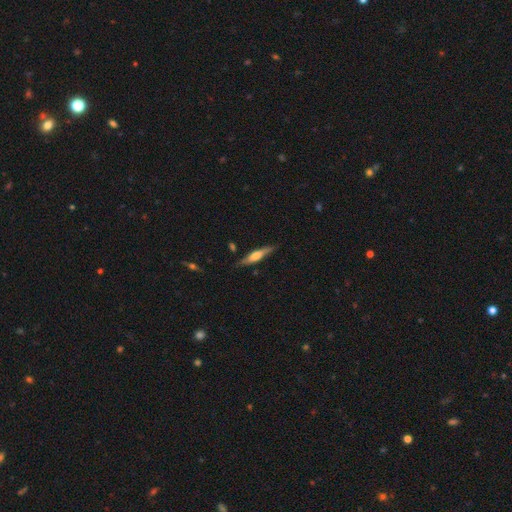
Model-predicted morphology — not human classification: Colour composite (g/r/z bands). It shows a featured or disk galaxy (55%) viewed edge-on (94%) with a rounded central bulge (75%). Merging: none (82%).